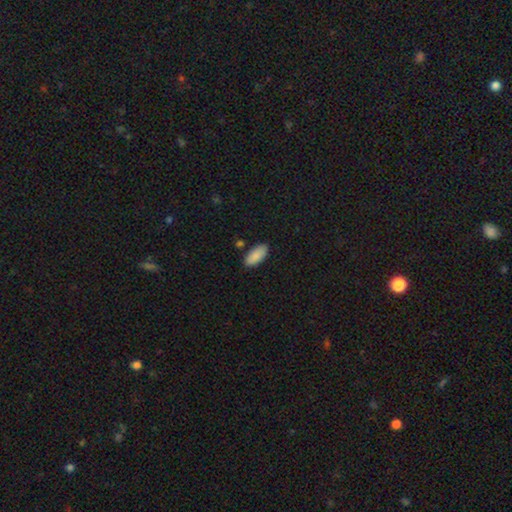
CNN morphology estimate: This is clearly a smooth galaxy (89%). How rounded: clearly in between (90%). Merging: clearly none (83%).